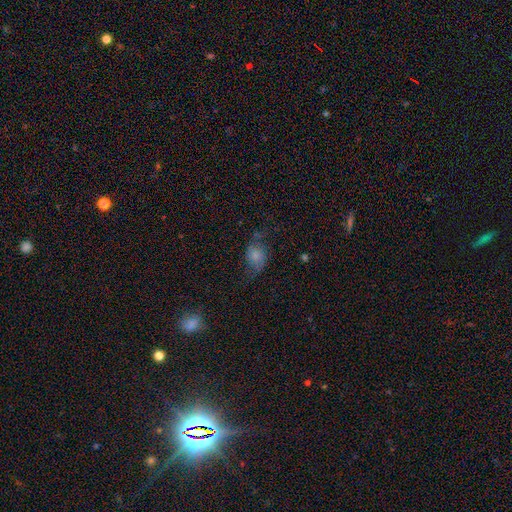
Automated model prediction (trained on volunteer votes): This is marginally a featured or disk galaxy (44%, tied with smooth). Merging: possibly none (55%).